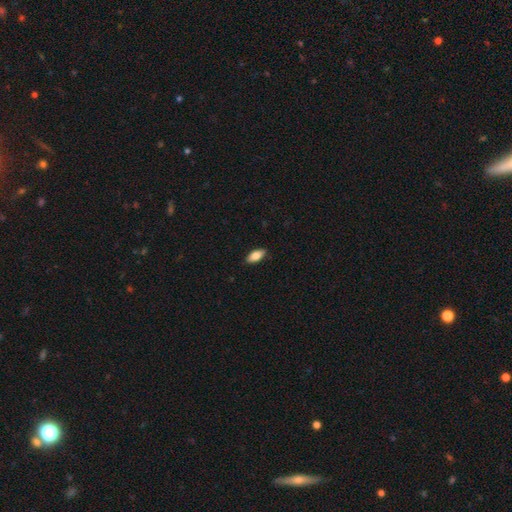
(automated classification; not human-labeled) Smooth or featured: smooth — 80% (featured or disk — 13%)
How rounded: in between — 86% (cigar-shaped — 12%)
Merging: none — 88% (minor disturbance — 10%)